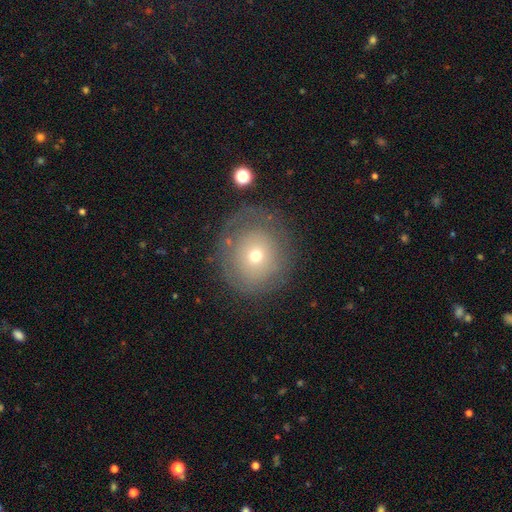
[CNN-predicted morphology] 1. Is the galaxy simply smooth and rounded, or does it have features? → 56% smooth, 32% featured or disk, 12% star or artifact.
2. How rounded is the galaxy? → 89% round, 10% in between, 1% cigar-shaped.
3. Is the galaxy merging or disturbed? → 72% none, 16% minor disturbance, 10% major disturbance, 2% merger.